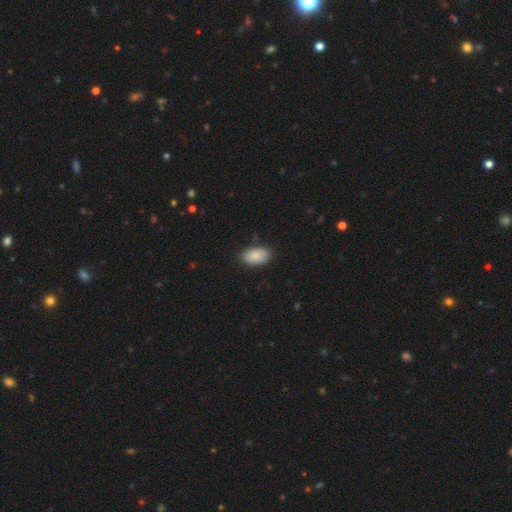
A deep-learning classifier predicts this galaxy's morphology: This appears to be a smooth galaxy with no disk features (86%) that is in between round and cigar-shaped (92%). Merging: none (86%).